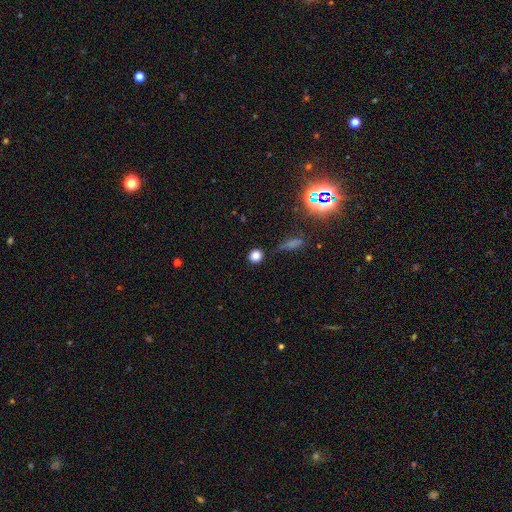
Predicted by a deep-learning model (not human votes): smooth_or_featured: smooth (p=0.80) [alt: star or artifact p=0.15]
how_rounded: round (p=0.86) [alt: in between p=0.12]
merging: none (p=0.83) [alt: minor disturbance p=0.10]